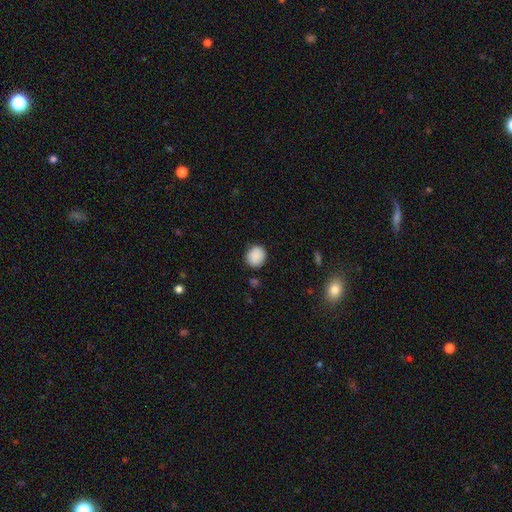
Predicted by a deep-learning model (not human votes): Morphology: type=smooth (89%); roundness=round (83%); merging=none (86%).